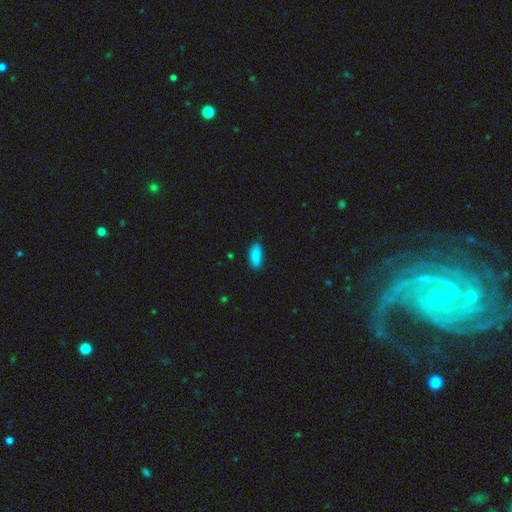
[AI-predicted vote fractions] Smooth or featured? Predicted: smooth (p=0.89). How rounded? Predicted: in between (p=0.85). Merging? Predicted: none (p=0.86).